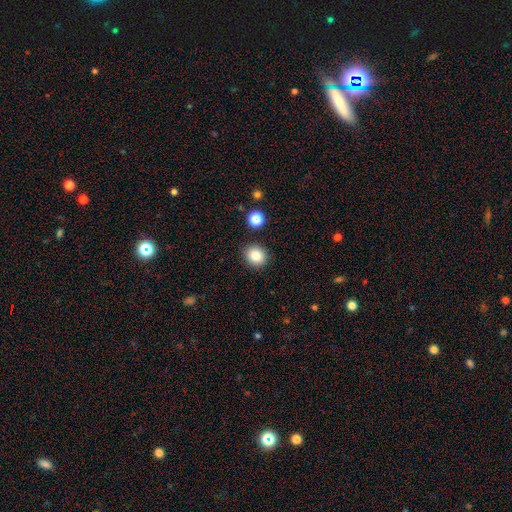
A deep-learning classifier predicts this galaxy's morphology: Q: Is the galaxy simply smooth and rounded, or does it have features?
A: smooth — 84%.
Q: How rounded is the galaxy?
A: round — 81%.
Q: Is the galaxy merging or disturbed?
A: none — 88%.